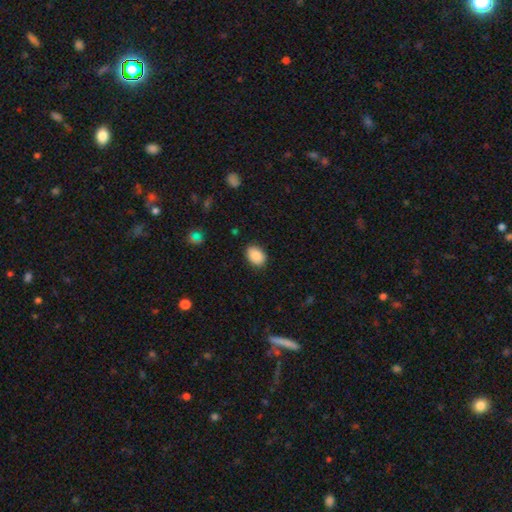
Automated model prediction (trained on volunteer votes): This is clearly a smooth galaxy (88%). How rounded: likely in between (78%). Merging: clearly none (86%).